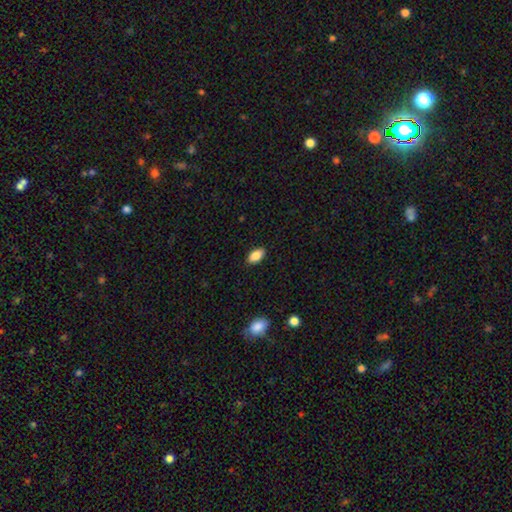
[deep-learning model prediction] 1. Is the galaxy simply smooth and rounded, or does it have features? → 85% smooth, 8% featured or disk, 7% star or artifact.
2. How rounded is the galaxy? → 93% in between, 4% round, 3% cigar-shaped.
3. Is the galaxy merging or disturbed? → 89% none, 8% minor disturbance, 2% major disturbance, 1% merger.